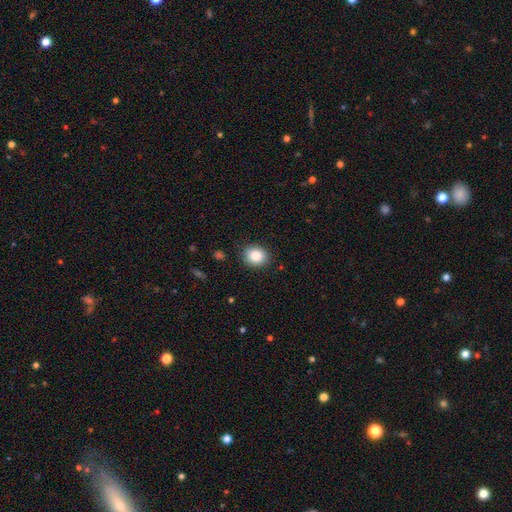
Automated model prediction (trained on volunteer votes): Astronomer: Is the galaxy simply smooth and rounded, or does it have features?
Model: smooth — 85%.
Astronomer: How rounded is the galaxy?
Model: round — 69%.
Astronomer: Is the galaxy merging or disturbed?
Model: none — 88%.